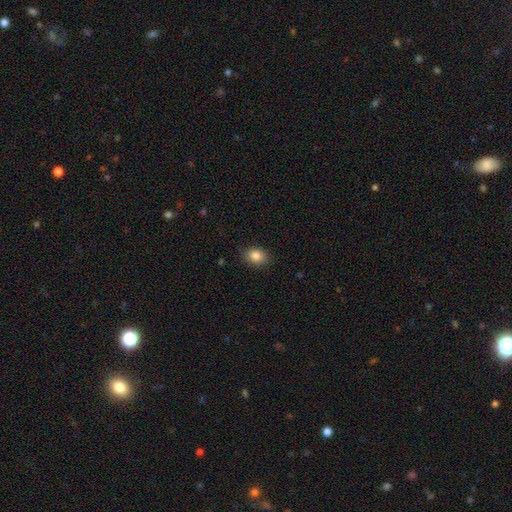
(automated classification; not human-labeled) A smooth galaxy with no disk features (84%) that is in between round and cigar-shaped (60%).

Vote fractions:
- Smooth or featured? smooth: 84% / star or artifact: 9% / featured or disk: 6%
- How rounded? in between: 60% / round: 39% / cigar-shaped: 1%
- Merging? none: 85% / minor disturbance: 11% / major disturbance: 2% / merger: 1%